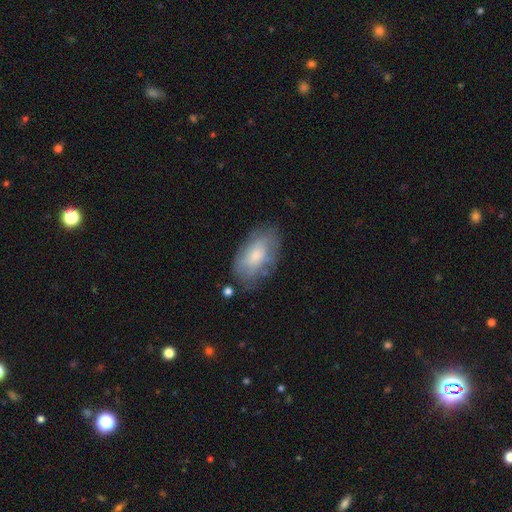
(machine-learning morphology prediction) Smooth or featured? Predicted: smooth (p=0.62). How rounded? Predicted: in between (p=0.93). Merging? Predicted: none (p=0.65).